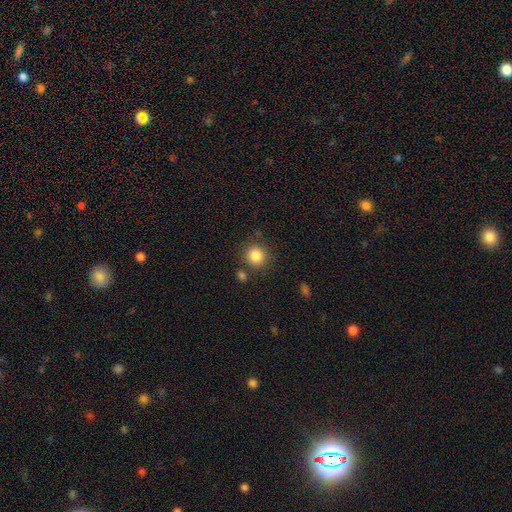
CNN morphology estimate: type=smooth (86%); roundness=round (89%); merging=none (81%).